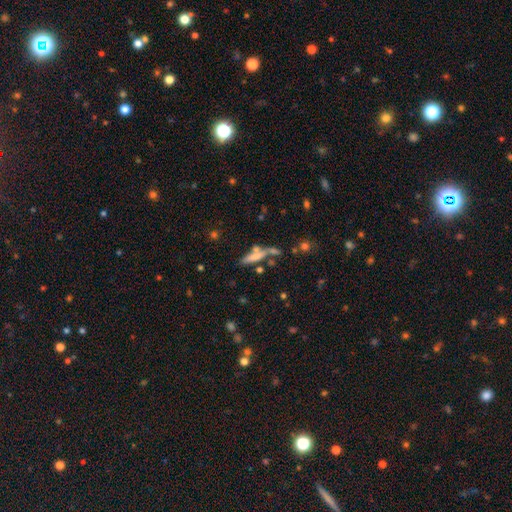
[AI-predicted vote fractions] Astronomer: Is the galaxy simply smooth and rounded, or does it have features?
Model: smooth — 61%.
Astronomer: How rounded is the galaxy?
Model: cigar-shaped — 80%.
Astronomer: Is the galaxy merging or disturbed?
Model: none — 49% (runner-up: merger, 29%).